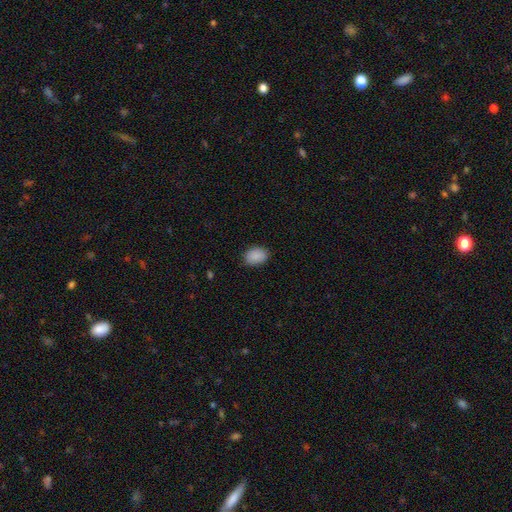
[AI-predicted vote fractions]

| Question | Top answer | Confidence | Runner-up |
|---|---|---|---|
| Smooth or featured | smooth | 89% | star or artifact (8%) |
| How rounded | in between | 77% | round (22%) |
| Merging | none | 87% | minor disturbance (10%) |